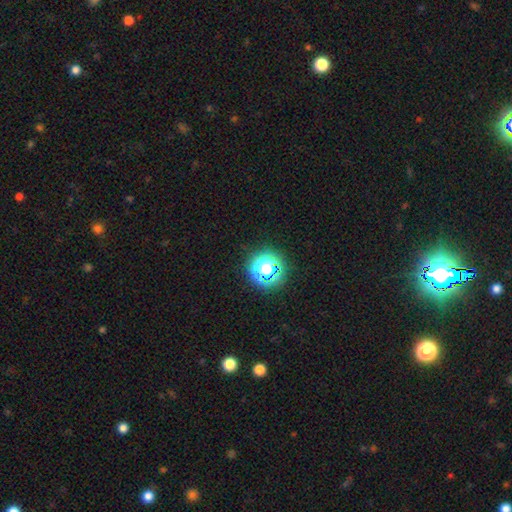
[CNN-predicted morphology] type=star or artifact (76%).